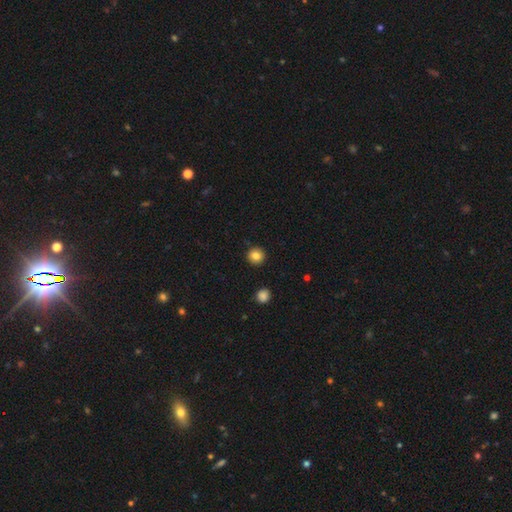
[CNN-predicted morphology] A smooth galaxy with no disk features (84%) that is round (94%). Merging: none (92%).